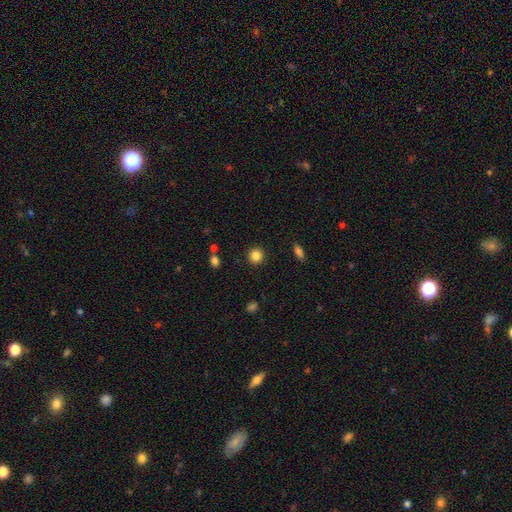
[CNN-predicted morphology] smooth-or-featured: smooth: 85% | star or artifact: 11% | featured or disk: 4%
  how-rounded: round: 92% | in between: 7% | cigar-shaped: 1%
  merging: none: 91% | minor disturbance: 5% | major disturbance: 2% | merger: 2%